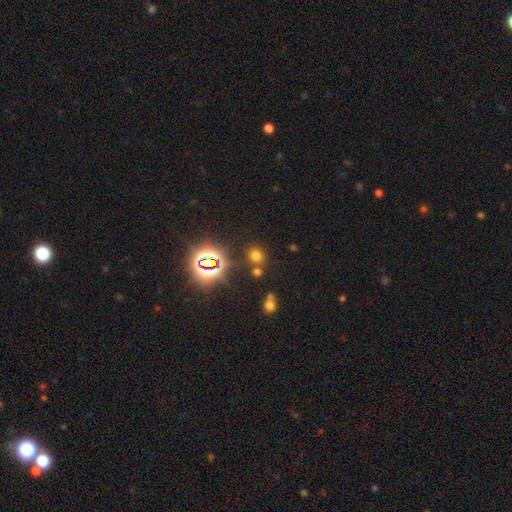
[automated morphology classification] Smooth or featured? smooth (60%)
How rounded? round (80%)
Merging? none (76%)